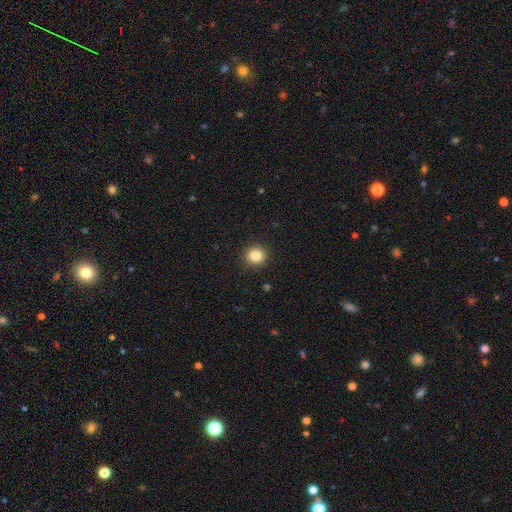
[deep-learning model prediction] This is clearly a smooth galaxy (84%). How rounded: clearly round (91%). Merging: clearly none (92%).